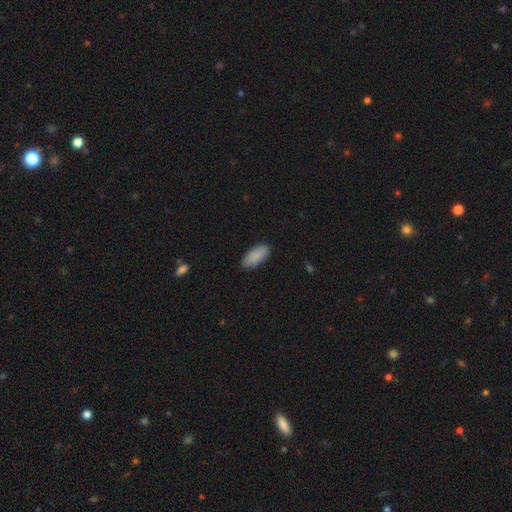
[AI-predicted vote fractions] Smooth or featured: smooth — 89% (star or artifact — 6%)
How rounded: in between — 89% (cigar-shaped — 10%)
Merging: none — 85% (minor disturbance — 12%)